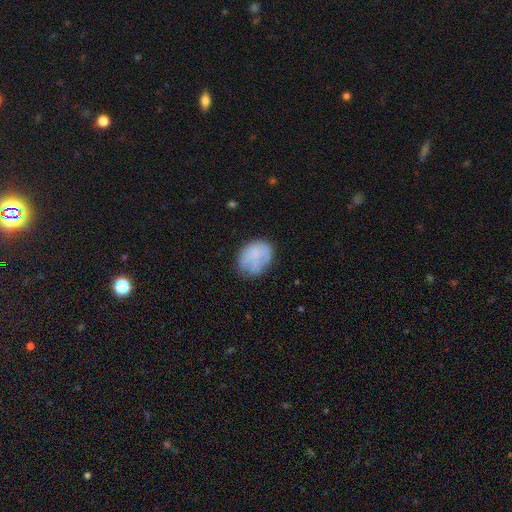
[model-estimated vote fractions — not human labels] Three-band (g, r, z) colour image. It shows a smooth galaxy with no disk features (63%) that is in between round and cigar-shaped (61%). Merging: none (64%).